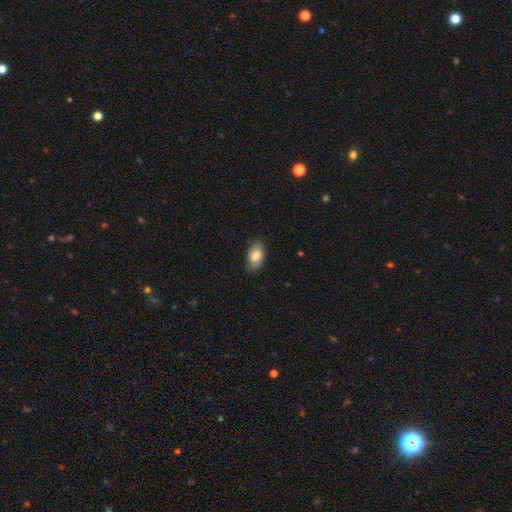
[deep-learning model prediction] Smooth or featured? smooth (79%)
How rounded? in between (93%)
Merging? none (76%)